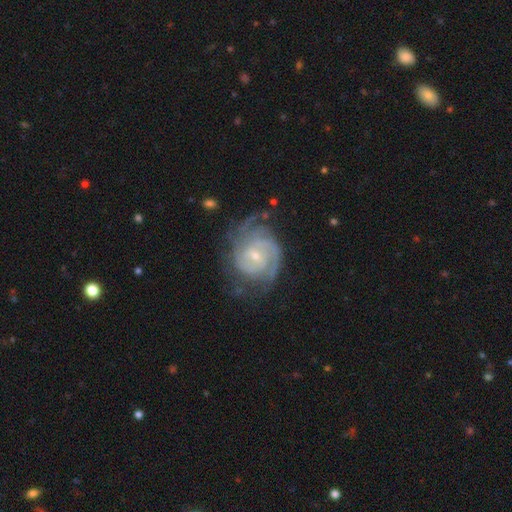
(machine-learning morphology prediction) smooth_or_featured: featured or disk (p=0.87) [alt: smooth p=0.08]
disk_edge_on: no (p=0.98) [alt: yes p=0.02]
bar: no (p=0.52) [alt: weak p=0.39]
has_spiral_arms: yes (p=0.96) [alt: no p=0.04]
spiral_winding: tight (p=0.65) [alt: medium p=0.29]
spiral_arm_count: can't tell (p=0.29) [alt: 3 p=0.23]
bulge_size: small (p=0.70) [alt: moderate p=0.26]
merging: none (p=0.62) [alt: minor disturbance p=0.22]